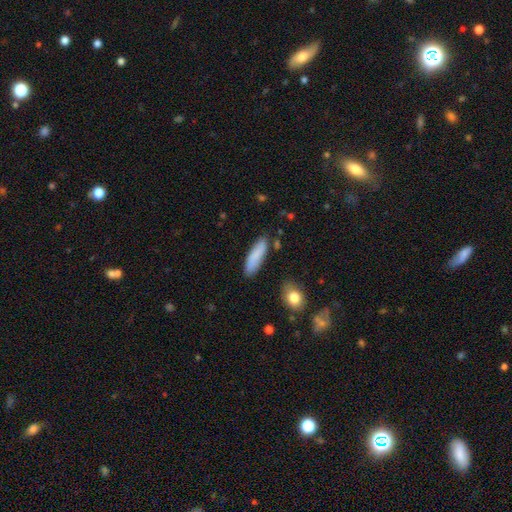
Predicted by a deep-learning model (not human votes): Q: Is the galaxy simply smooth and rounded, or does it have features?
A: smooth — 84%.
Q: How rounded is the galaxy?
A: cigar-shaped — 56%.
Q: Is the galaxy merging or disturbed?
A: none — 82%.